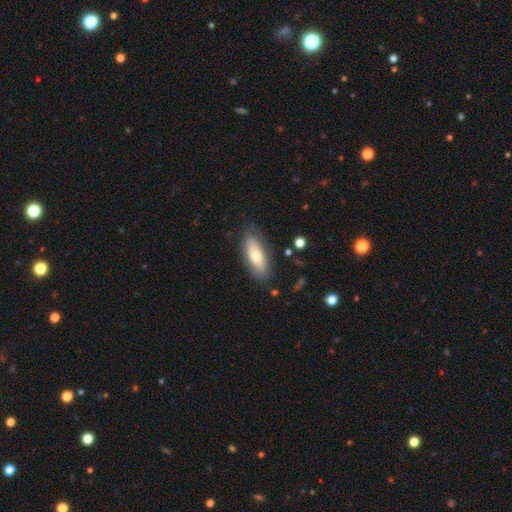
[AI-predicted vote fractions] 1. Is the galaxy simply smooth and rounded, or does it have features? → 63% smooth, 30% featured or disk, 7% star or artifact.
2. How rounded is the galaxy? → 74% in between, 24% cigar-shaped, 2% round.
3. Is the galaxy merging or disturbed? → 79% none, 15% minor disturbance, 4% major disturbance, 2% merger.